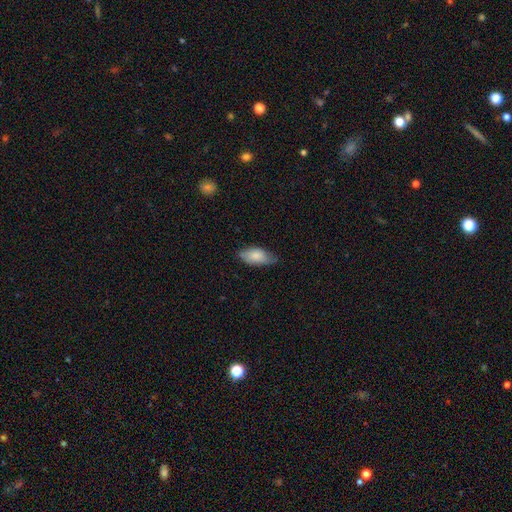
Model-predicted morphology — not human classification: Smooth or featured? Predicted: smooth (p=0.81). How rounded? Predicted: in between (p=0.87). Merging? Predicted: none (p=0.68).